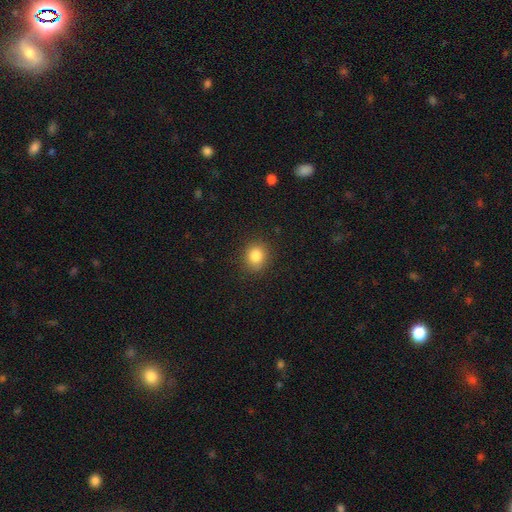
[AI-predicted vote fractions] smooth_or_featured: smooth (p=0.84) [alt: star or artifact p=0.10]
how_rounded: round (p=0.73) [alt: in between p=0.26]
merging: none (p=0.88) [alt: minor disturbance p=0.08]